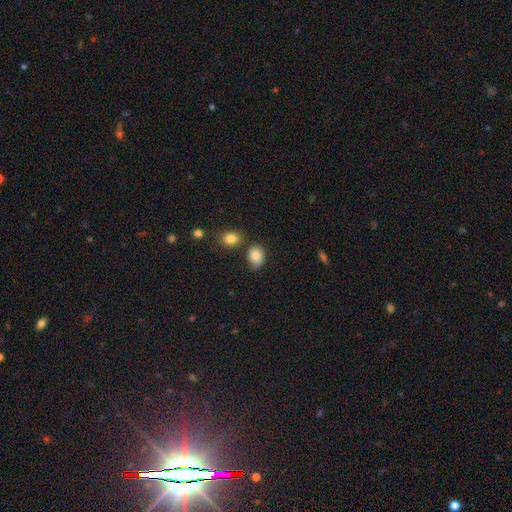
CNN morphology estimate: Smooth or featured? Predicted: smooth (p=0.86). How rounded? Predicted: in between (p=0.72). Merging? Predicted: none (p=0.66).